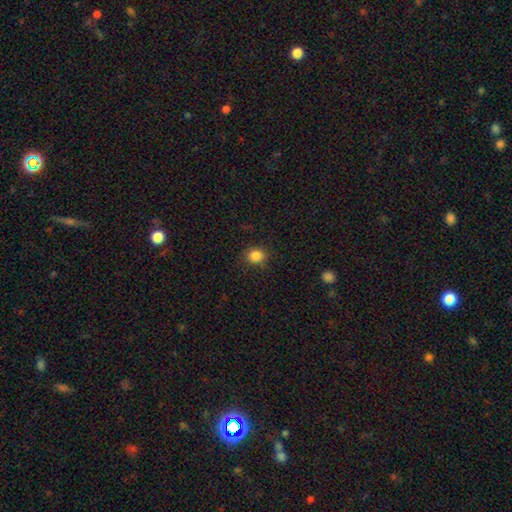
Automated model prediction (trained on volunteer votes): This is clearly a smooth galaxy (84%). How rounded: likely round (79%). Merging: clearly none (85%).